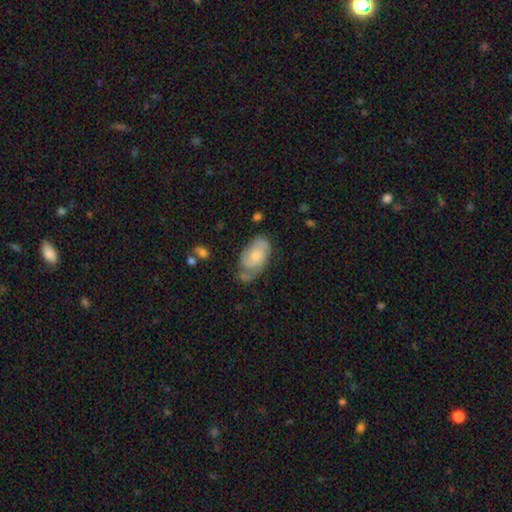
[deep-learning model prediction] A featured or disk galaxy (52%).

Vote fractions:
- Smooth or featured? featured or disk: 52% / smooth: 41% / star or artifact: 7%
- Edge-on disk? no: 96% / yes: 4%
- Merging? none: 48% / minor disturbance: 31% / major disturbance: 15% / merger: 6%